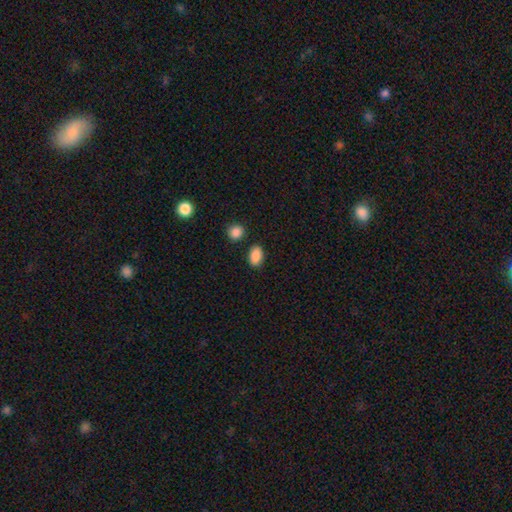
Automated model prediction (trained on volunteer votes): The model was most divided on "merging": none: 83%, minor disturbance: 10%, merger: 5%, major disturbance: 3%. More confident: smooth or featured — smooth (88%); how rounded — in between (86%).